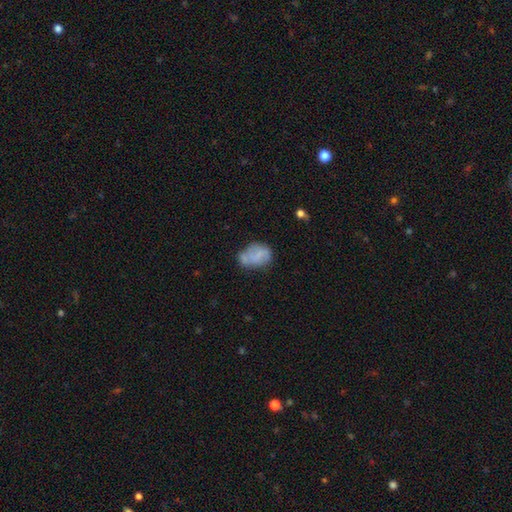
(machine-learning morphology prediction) Smooth or featured?
  - smooth: 60% *
  - featured or disk: 30%
  - star or artifact: 10%
How rounded?
  - in between: 75% *
  - round: 24%
  - cigar-shaped: 2%
Merging?
  - none: 41% *
  - minor disturbance: 29%
  - merger: 18%
  - major disturbance: 13%